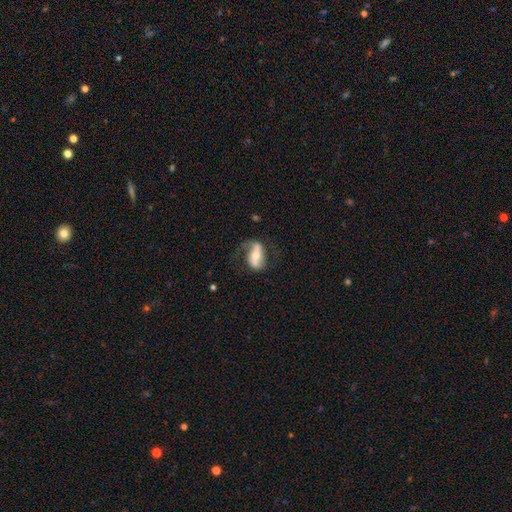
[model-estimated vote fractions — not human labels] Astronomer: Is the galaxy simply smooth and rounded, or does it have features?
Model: featured or disk — 67%.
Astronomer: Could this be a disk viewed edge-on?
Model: no — 92%.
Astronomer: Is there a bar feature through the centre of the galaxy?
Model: strong — 46% (runner-up: weak, 28%).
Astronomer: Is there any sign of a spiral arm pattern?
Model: yes — 84%.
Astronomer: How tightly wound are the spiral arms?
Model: loose — 56%.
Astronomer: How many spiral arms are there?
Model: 2 — 73%.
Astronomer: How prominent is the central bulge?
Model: moderate — 56% (runner-up: small, 35%).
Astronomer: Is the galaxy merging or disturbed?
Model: none — 55%.